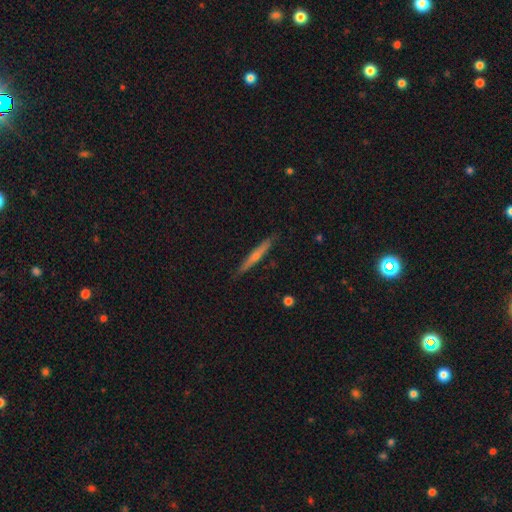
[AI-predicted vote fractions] A featured or disk galaxy (57%) viewed edge-on (96%) with a rounded central bulge (64%). Merging: none (89%).